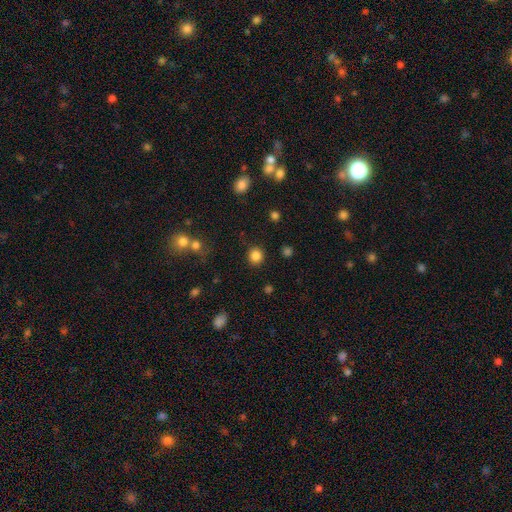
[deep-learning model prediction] Overall: smooth (85%). How rounded: round (89%). Merging: none (90%).